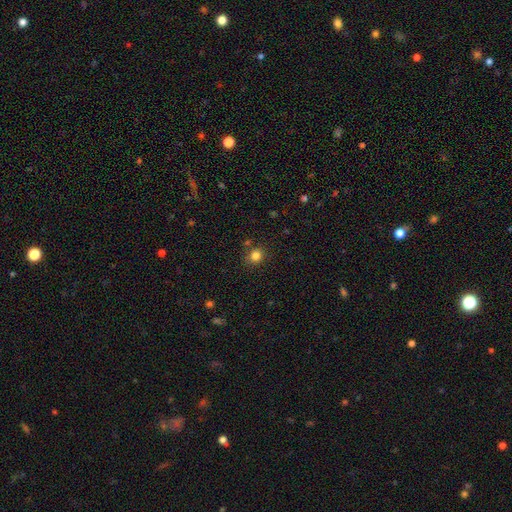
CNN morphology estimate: Smooth or featured: smooth — 82% (star or artifact — 13%)
How rounded: round — 77% (in between — 23%)
Merging: none — 82% (minor disturbance — 10%)